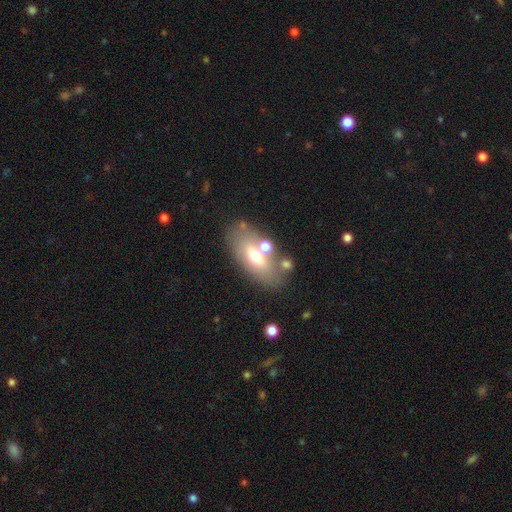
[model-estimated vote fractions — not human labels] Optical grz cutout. It shows a smooth galaxy with no disk features (57%) that is in between round and cigar-shaped (84%). Merging: none (62%).